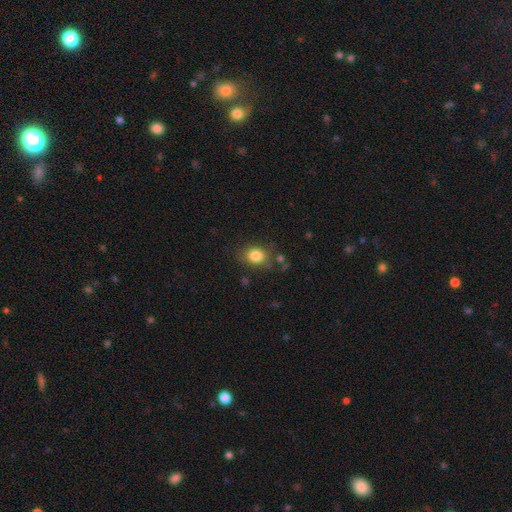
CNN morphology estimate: smooth_or_featured: smooth (p=0.83) [alt: star or artifact p=0.10]
how_rounded: in between (p=0.51) [alt: round p=0.48]
merging: none (p=0.74) [alt: minor disturbance p=0.16]